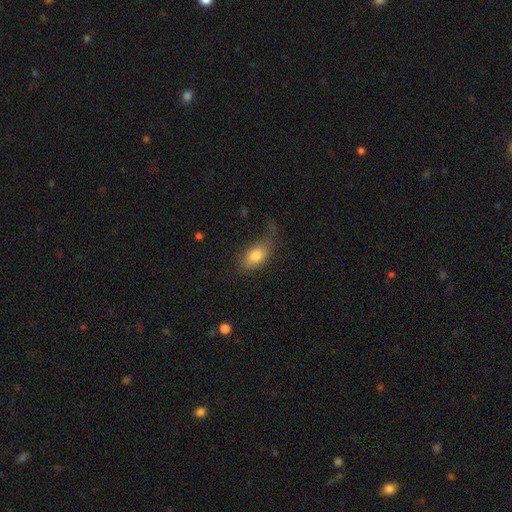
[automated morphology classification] type=smooth (80%); roundness=in between (87%); merging=none (50%).